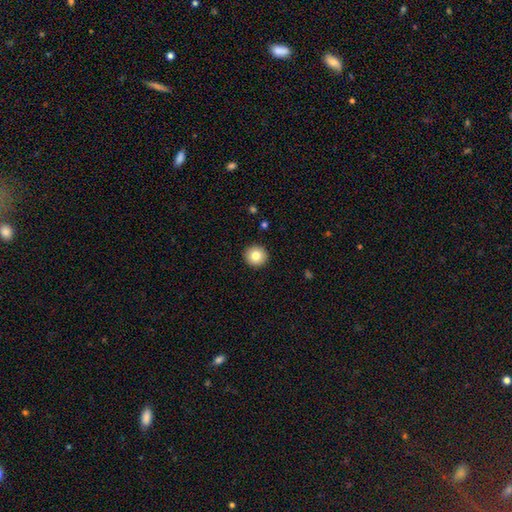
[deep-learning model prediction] This is clearly a smooth galaxy (81%). How rounded: clearly round (93%). Merging: clearly none (93%).